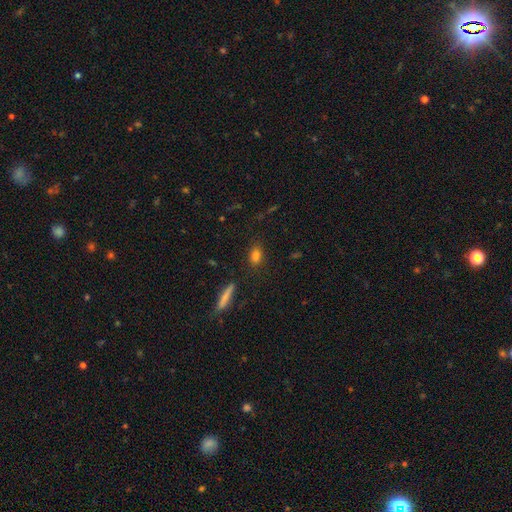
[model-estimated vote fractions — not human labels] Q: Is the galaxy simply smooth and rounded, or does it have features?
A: smooth — 82%.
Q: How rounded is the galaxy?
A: in between — 78%.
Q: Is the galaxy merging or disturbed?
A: none — 83%.